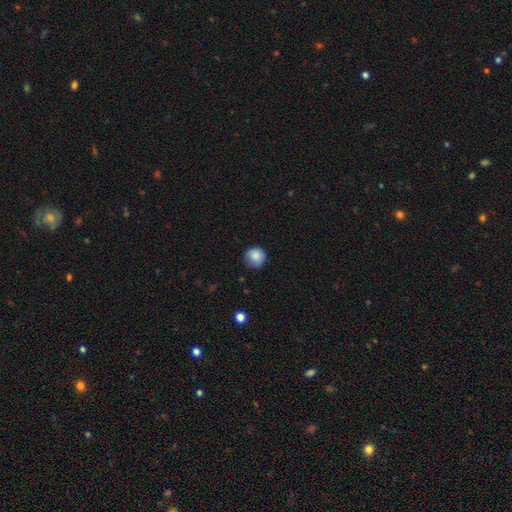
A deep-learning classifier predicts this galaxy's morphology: Smooth or featured?
  - smooth: 84% *
  - star or artifact: 8%
  - featured or disk: 7%
How rounded?
  - round: 91% *
  - in between: 8%
  - cigar-shaped: 1%
Merging?
  - none: 73% *
  - minor disturbance: 22%
  - major disturbance: 4%
  - merger: 1%